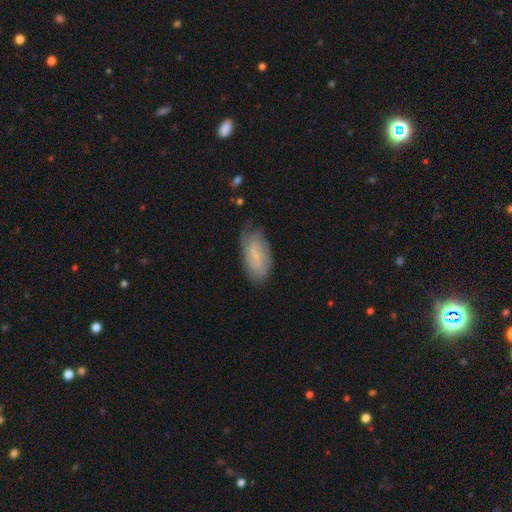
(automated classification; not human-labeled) This is possibly a featured or disk galaxy (48%). Merging: likely none (68%).